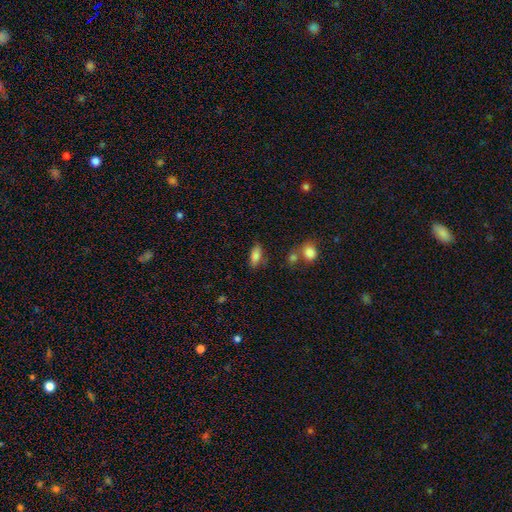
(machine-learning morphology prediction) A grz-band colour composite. It shows a smooth galaxy with no disk features (82%) that is in between round and cigar-shaped (81%). Merging: none (71%).